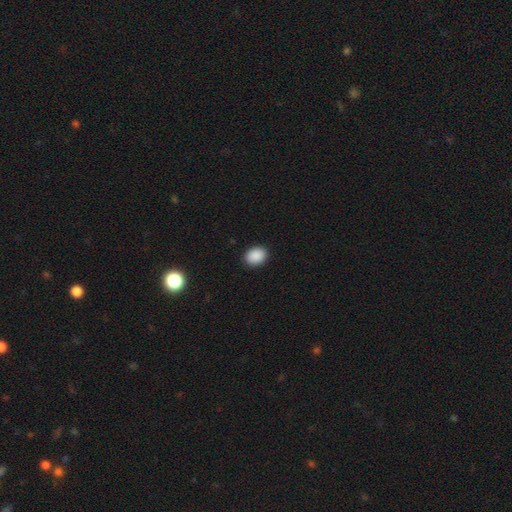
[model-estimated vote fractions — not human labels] Smooth or featured?
  - smooth: 90% *
  - star or artifact: 8%
  - featured or disk: 3%
How rounded?
  - in between: 68% *
  - round: 31%
  - cigar-shaped: 1%
Merging?
  - none: 90% *
  - minor disturbance: 7%
  - major disturbance: 2%
  - merger: 1%